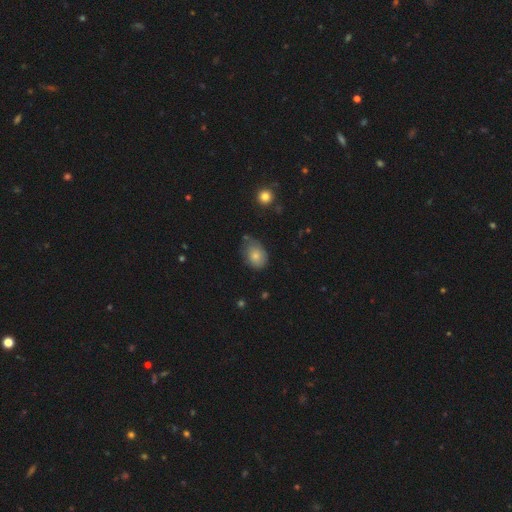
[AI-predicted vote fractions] Smooth or featured: smooth — 79% (featured or disk — 12%)
How rounded: in between — 75% (round — 24%)
Merging: none — 52% (minor disturbance — 36%)